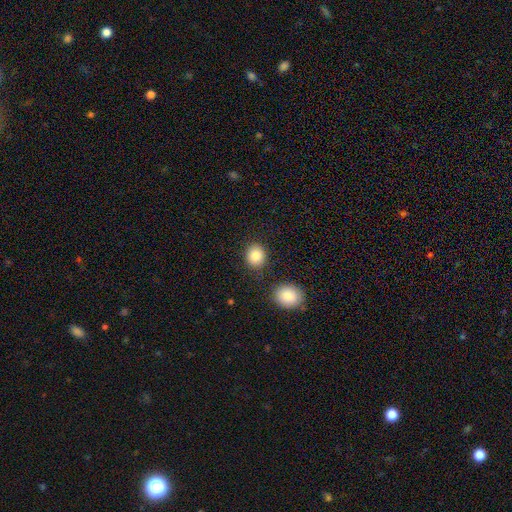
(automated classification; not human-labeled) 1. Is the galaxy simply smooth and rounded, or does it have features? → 85% smooth, 9% star or artifact, 6% featured or disk.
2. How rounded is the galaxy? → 75% round, 24% in between, 1% cigar-shaped.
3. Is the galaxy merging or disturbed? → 83% none, 8% minor disturbance, 5% merger, 3% major disturbance.